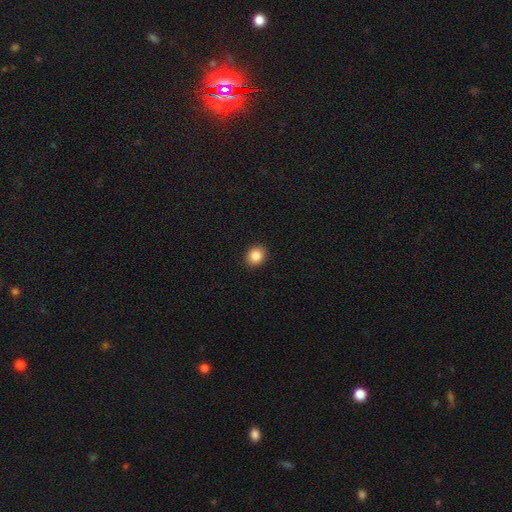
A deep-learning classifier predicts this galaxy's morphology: A smooth galaxy with no disk features (87%) that is round (66%). Merging: none (92%).